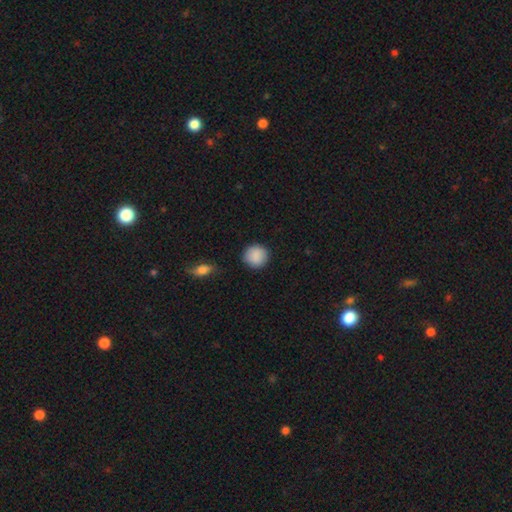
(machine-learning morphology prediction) Q: Smooth or featured?
A: smooth (89%); runner-up: star or artifact (7%)
Q: How rounded?
A: round (92%); runner-up: in between (7%)
Q: Merging?
A: none (89%); runner-up: minor disturbance (7%)